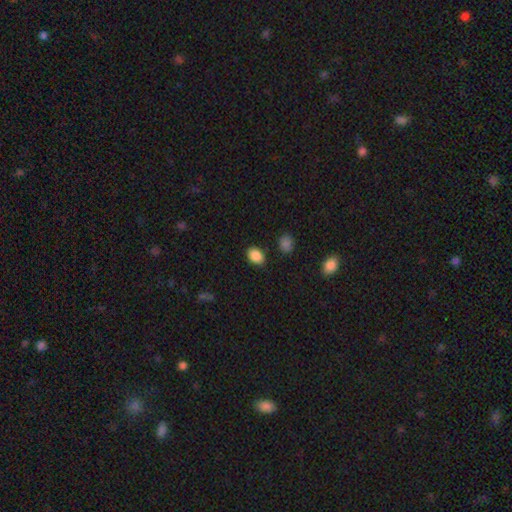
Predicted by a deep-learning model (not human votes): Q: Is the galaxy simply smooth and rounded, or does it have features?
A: smooth — 88%.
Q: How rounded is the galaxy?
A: in between — 74%.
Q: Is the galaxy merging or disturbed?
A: none — 84%.